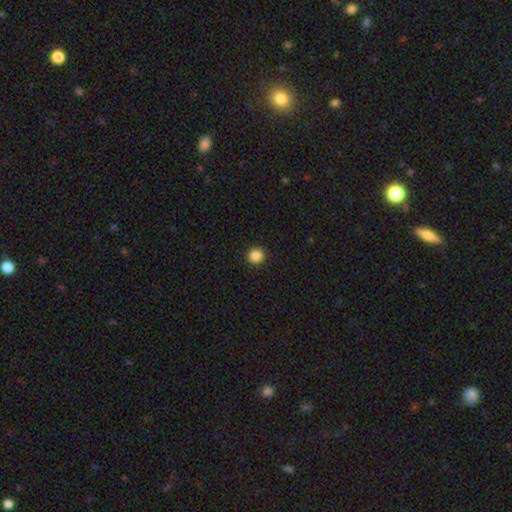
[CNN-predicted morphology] smooth-or-featured: smooth: 86% | star or artifact: 11% | featured or disk: 3%
  how-rounded: round: 93% | in between: 6% | cigar-shaped: 1%
  merging: none: 93% | minor disturbance: 5% | major disturbance: 2% | merger: 1%